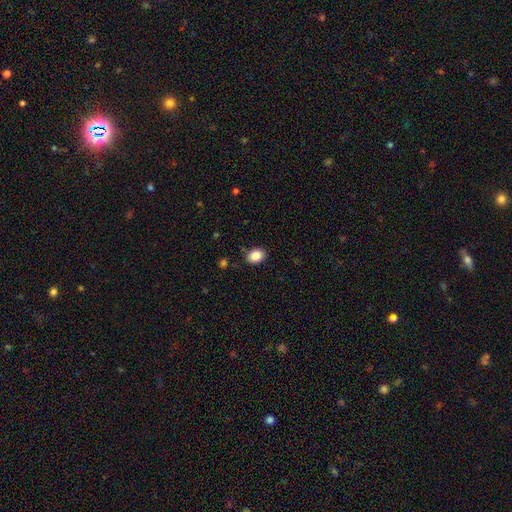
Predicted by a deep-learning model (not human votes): This is clearly a smooth galaxy (87%). How rounded: likely in between (66%). Merging: clearly none (87%).